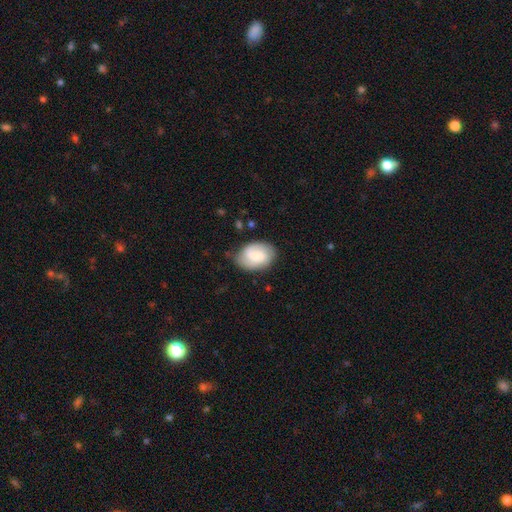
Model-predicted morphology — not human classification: A smooth galaxy with no disk features (49%).

Vote fractions:
- Smooth or featured? smooth: 49% / featured or disk: 44% / star or artifact: 7%
- Merging? none: 71% / minor disturbance: 22% / major disturbance: 5% / merger: 2%